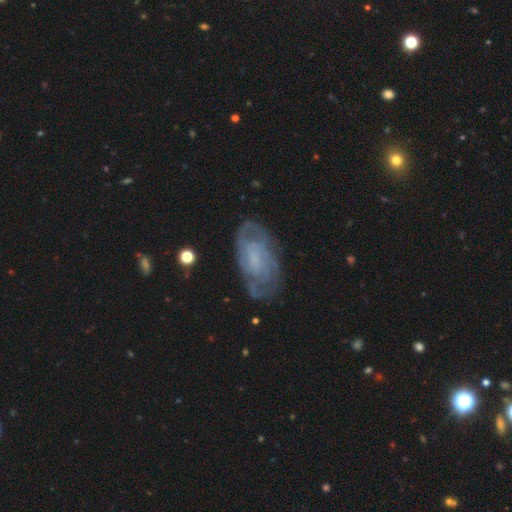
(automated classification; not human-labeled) A featured or disk galaxy (65%) with no bar (66%), spiral arms (82%) and a small central bulge (50%).

Vote fractions:
- Smooth or featured? featured or disk: 65% / smooth: 21% / star or artifact: 14%
- Edge-on disk? no: 92% / yes: 8%
- Bar? no: 66% / weak: 28% / strong: 6%
- Spiral arms? yes: 82% / no: 18%
- Bulge size? small: 50% / none: 24% / moderate: 21% / large: 4% / dominant: 2%
- Merging? none: 78% / minor disturbance: 15% / major disturbance: 5% / merger: 2%